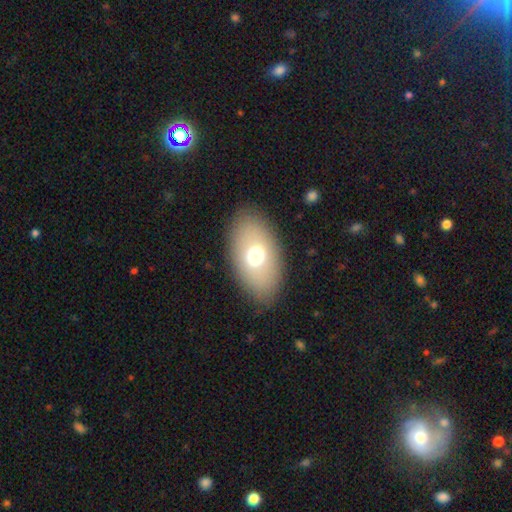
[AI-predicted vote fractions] Smooth or featured?
  - smooth: 67% *
  - featured or disk: 23%
  - star or artifact: 11%
How rounded?
  - in between: 87% *
  - round: 11%
  - cigar-shaped: 2%
Merging?
  - none: 86% *
  - minor disturbance: 8%
  - major disturbance: 4%
  - merger: 1%